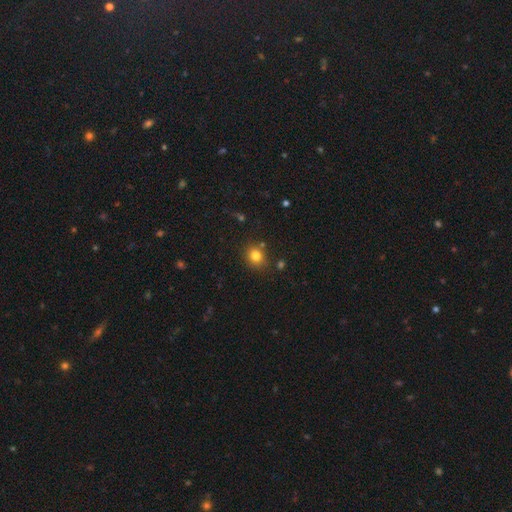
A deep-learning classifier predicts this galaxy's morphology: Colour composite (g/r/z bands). It shows a smooth galaxy with no disk features (80%) that is round (75%). Merging: none (81%).